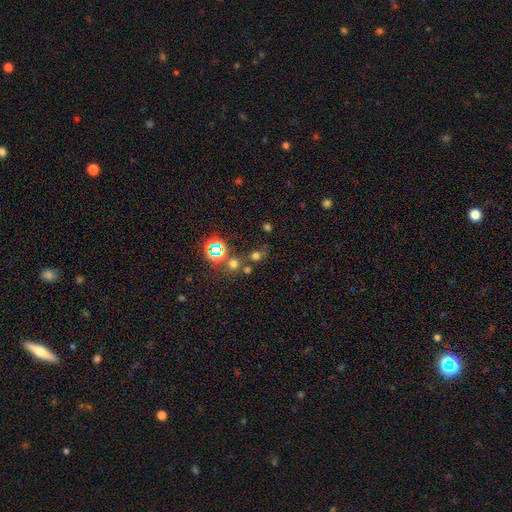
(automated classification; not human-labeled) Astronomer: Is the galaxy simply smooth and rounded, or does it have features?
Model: smooth — 52% (runner-up: star or artifact, 37%).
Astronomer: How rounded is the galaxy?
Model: round — 71%.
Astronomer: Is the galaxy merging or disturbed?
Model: none — 54%.